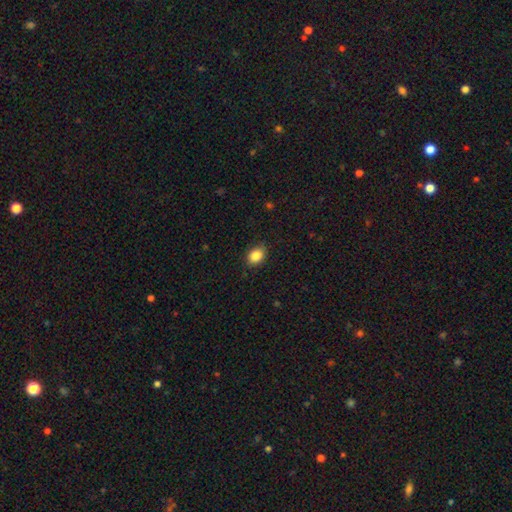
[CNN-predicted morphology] type=smooth (87%); roundness=in between (68%); merging=none (85%).